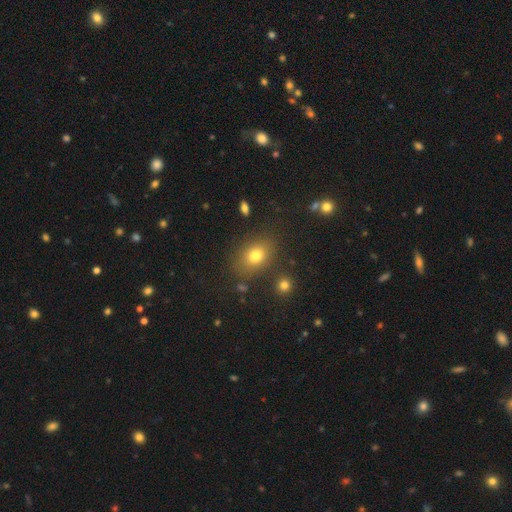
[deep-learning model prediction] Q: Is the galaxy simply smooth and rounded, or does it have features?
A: smooth — 77%.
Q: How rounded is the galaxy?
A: in between — 70%.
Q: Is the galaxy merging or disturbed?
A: none — 80%.